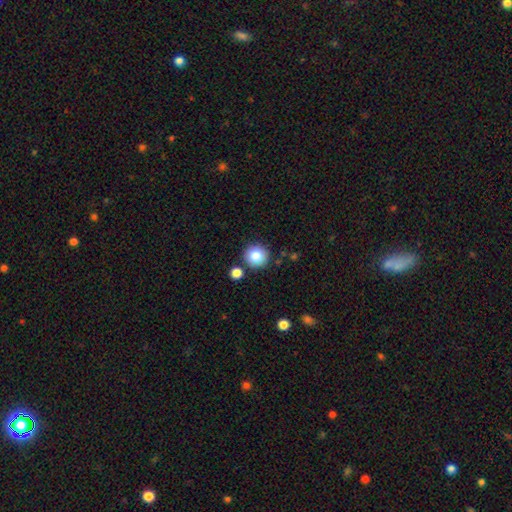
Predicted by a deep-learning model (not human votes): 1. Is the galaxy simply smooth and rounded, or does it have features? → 84% smooth, 9% star or artifact, 6% featured or disk.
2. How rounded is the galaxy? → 94% round, 6% in between, 1% cigar-shaped.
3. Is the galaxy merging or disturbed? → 83% none, 8% minor disturbance, 7% merger, 2% major disturbance.